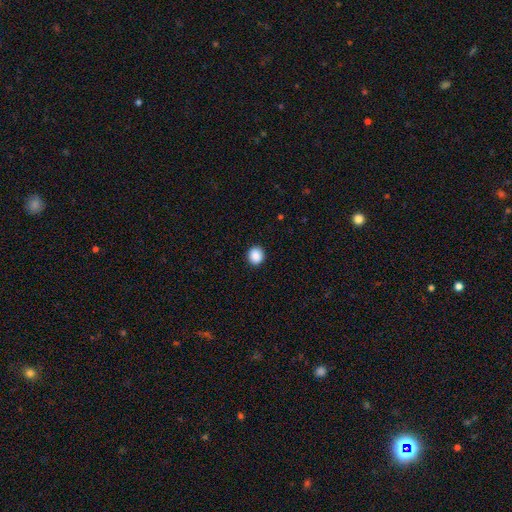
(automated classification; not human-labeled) smooth_or_featured: smooth (p=0.89) [alt: star or artifact p=0.08]
how_rounded: round (p=0.85) [alt: in between p=0.14]
merging: none (p=0.92) [alt: minor disturbance p=0.05]